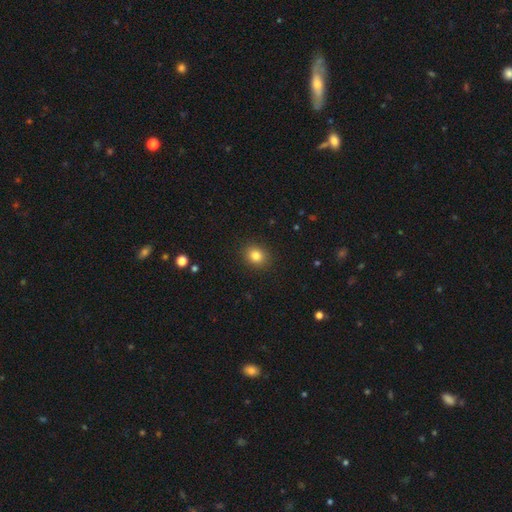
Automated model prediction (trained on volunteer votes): A smooth galaxy with no disk features (83%) that is round (63%).

Vote fractions:
- Smooth or featured? smooth: 83% / star or artifact: 11% / featured or disk: 6%
- How rounded? round: 63% / in between: 36% / cigar-shaped: 1%
- Merging? none: 90% / minor disturbance: 7% / major disturbance: 2% / merger: 1%